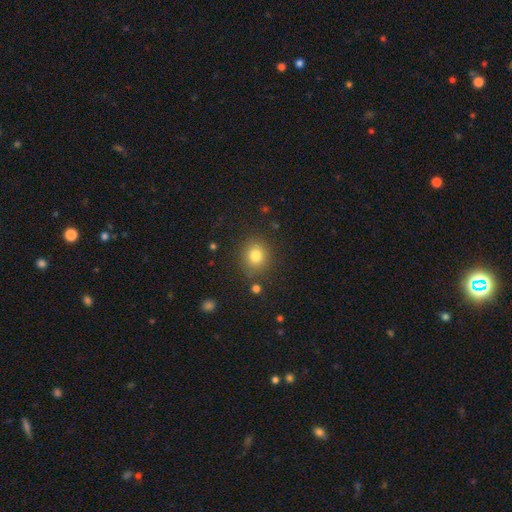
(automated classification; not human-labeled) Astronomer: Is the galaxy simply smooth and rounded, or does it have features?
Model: smooth — 80%.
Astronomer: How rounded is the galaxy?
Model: round — 83%.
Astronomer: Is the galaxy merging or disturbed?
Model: none — 84%.